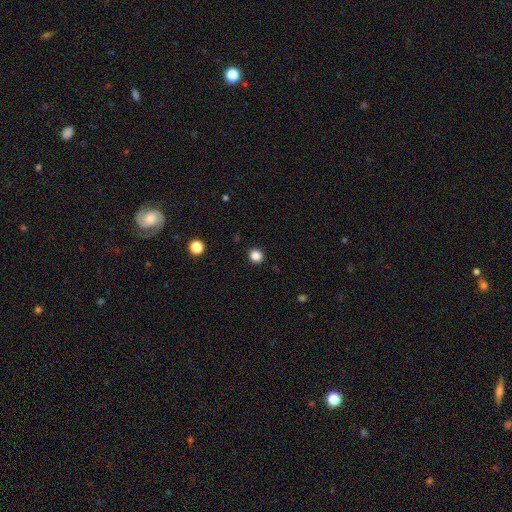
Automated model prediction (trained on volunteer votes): The model was most divided on "smooth or featured": smooth: 85%, star or artifact: 12%, featured or disk: 3%. More confident: merging — none (92%); how rounded — round (89%).